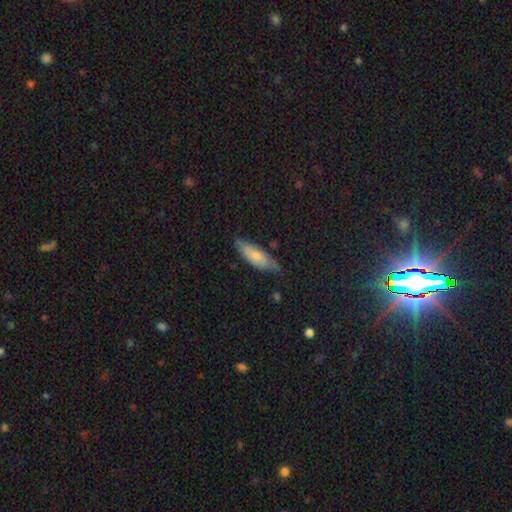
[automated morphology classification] This appears to be a smooth galaxy with no disk features (66%) that is in between round and cigar-shaped (61%). Merging: none (64%).